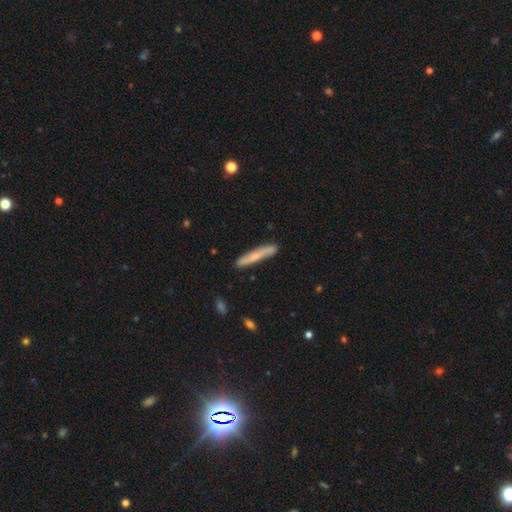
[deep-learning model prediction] smooth 57%, featured or disk 37%, star or artifact 6%. Down the decision tree: how rounded — cigar-shaped (94%); merging — none (83%).